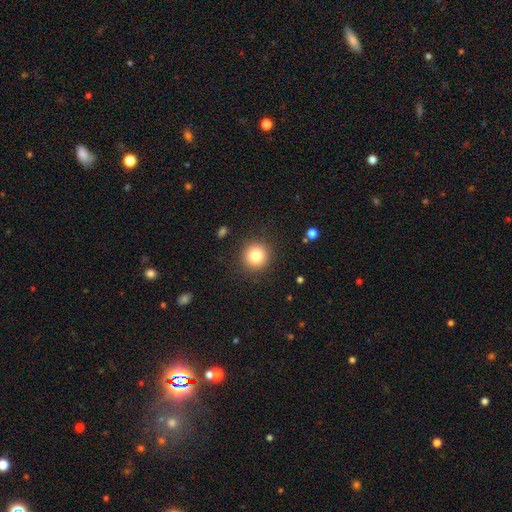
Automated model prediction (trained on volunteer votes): A smooth galaxy with no disk features (81%) that is round (94%).

Vote fractions:
- Smooth or featured? smooth: 81% / star or artifact: 11% / featured or disk: 8%
- How rounded? round: 94% / in between: 5% / cigar-shaped: 1%
- Merging? none: 90% / minor disturbance: 6% / major disturbance: 2% / merger: 1%